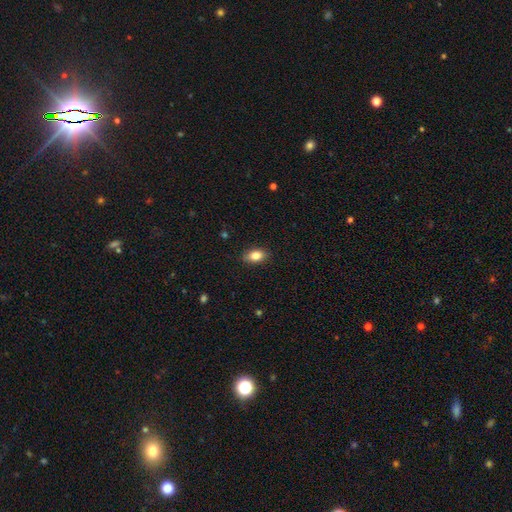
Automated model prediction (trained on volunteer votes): A smooth galaxy with no disk features (83%) that is in between round and cigar-shaped (88%).

Vote fractions:
- Smooth or featured? smooth: 83% / featured or disk: 9% / star or artifact: 8%
- How rounded? in between: 88% / round: 9% / cigar-shaped: 4%
- Merging? none: 87% / minor disturbance: 10% / major disturbance: 2% / merger: 1%